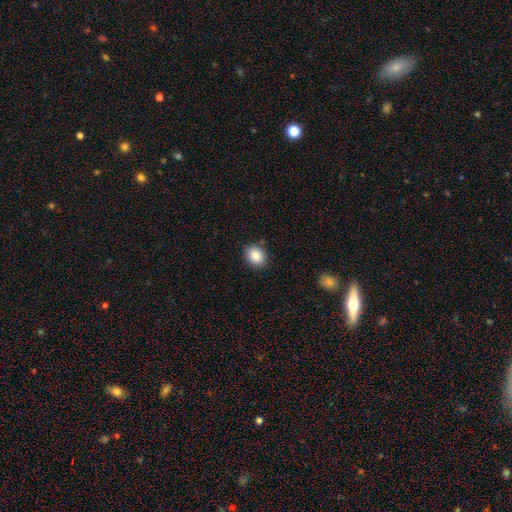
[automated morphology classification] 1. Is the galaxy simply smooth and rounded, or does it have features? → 87% smooth, 8% star or artifact, 5% featured or disk.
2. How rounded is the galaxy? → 50% round, 49% in between, 1% cigar-shaped.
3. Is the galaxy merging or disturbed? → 86% none, 10% minor disturbance, 2% major disturbance, 2% merger.